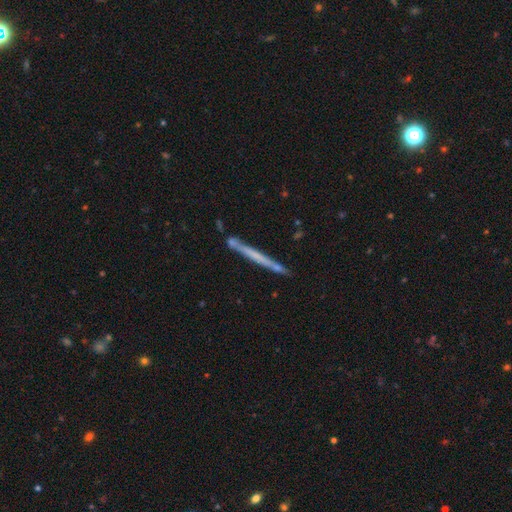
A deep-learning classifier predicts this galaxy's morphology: featured or disk 51%, smooth 43%, star or artifact 6%. Down the decision tree: edge-on disk — yes (96%); merging — none (78%).